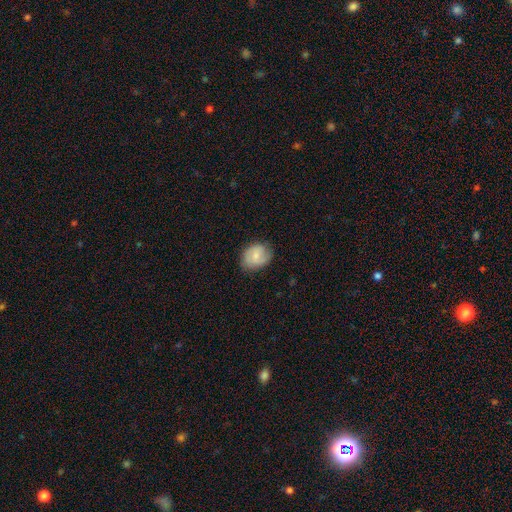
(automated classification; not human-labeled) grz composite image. It shows a smooth galaxy with no disk features (47%). Merging: none (73%).